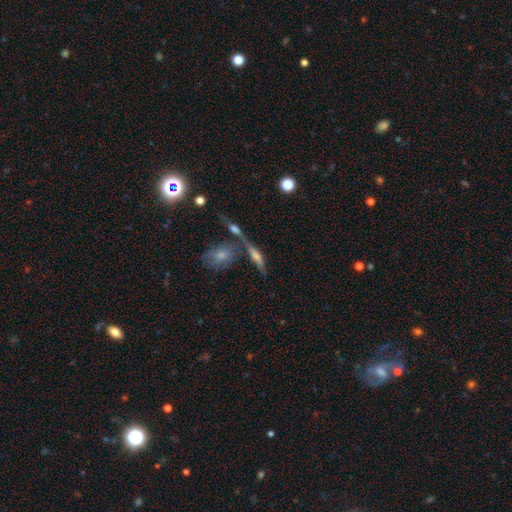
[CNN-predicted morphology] Q: Smooth or featured?
A: featured or disk (55%); runner-up: smooth (34%)
Q: Edge-on disk?
A: yes (89%); runner-up: no (11%)
Q: Merging?
A: none (58%); runner-up: merger (24%)